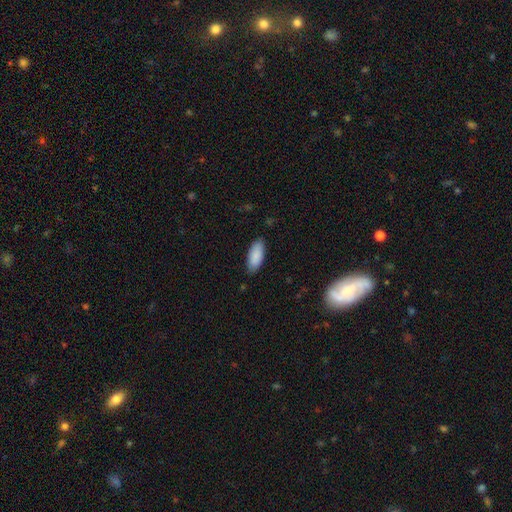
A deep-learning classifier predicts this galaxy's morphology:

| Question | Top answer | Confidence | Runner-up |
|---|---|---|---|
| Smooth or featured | smooth | 89% | star or artifact (6%) |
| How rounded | in between | 85% | cigar-shaped (14%) |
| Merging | none | 83% | minor disturbance (13%) |